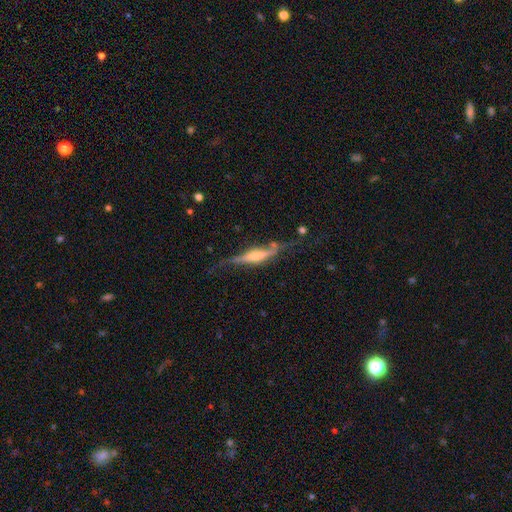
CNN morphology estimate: Smooth or featured?
  - featured or disk: 77% *
  - smooth: 16%
  - star or artifact: 7%
Edge-on disk?
  - yes: 87% *
  - no: 13%
Edge-on bulge?
  - rounded: 72% *
  - boxy: 19%
  - none: 9%
Merging?
  - none: 54% *
  - minor disturbance: 26%
  - major disturbance: 16%
  - merger: 4%